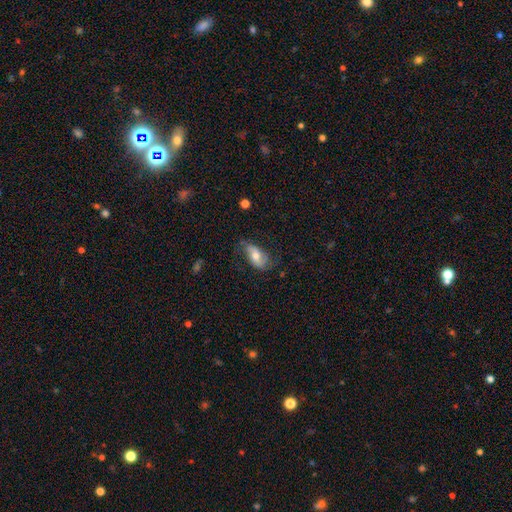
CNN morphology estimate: Overall: featured or disk (48%; smooth 45%). Merging: none (58%; minor disturbance 27%).